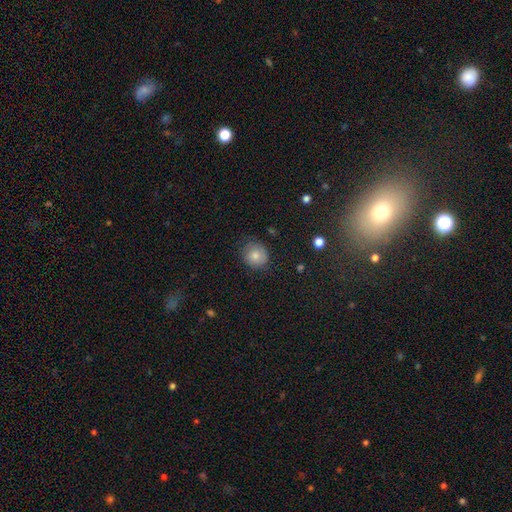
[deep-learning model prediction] Smooth or featured? smooth (77%)
How rounded? round (81%)
Merging? none (71%)